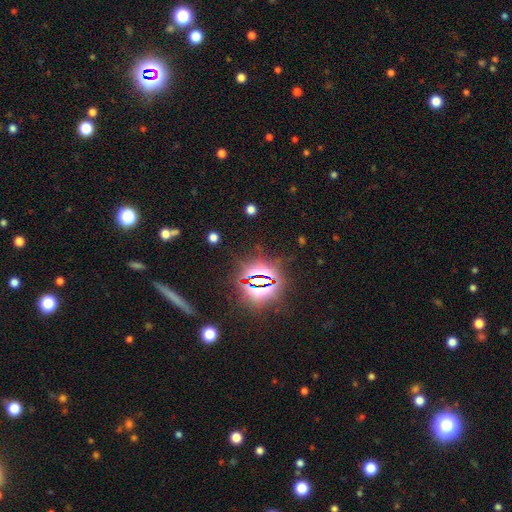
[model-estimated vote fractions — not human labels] Morphology: type=star or artifact (81%).